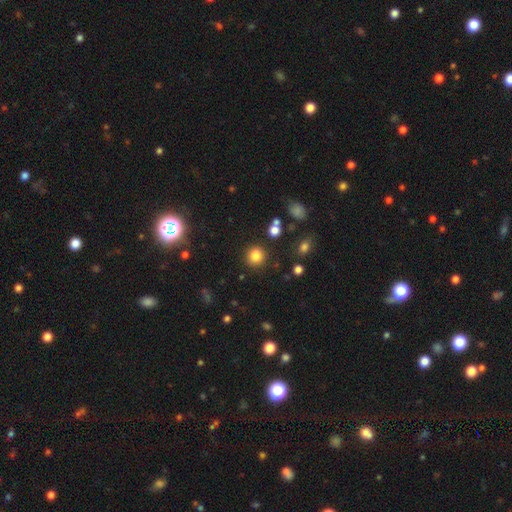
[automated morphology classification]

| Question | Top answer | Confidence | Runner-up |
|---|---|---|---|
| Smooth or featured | smooth | 82% | star or artifact (13%) |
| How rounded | round | 88% | in between (11%) |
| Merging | none | 86% | minor disturbance (8%) |